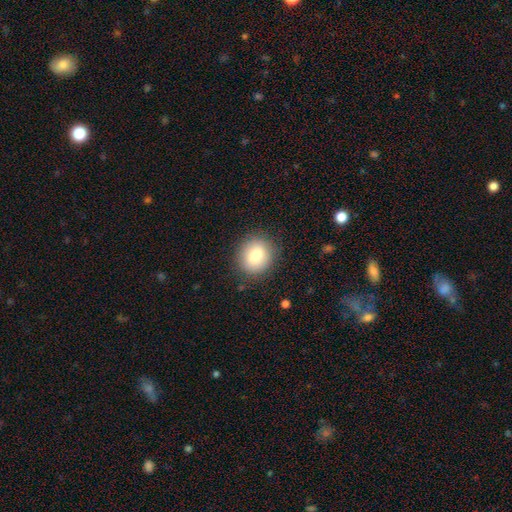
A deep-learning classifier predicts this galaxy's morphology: Smooth or featured? smooth (80%)
How rounded? round (81%)
Merging? none (87%)